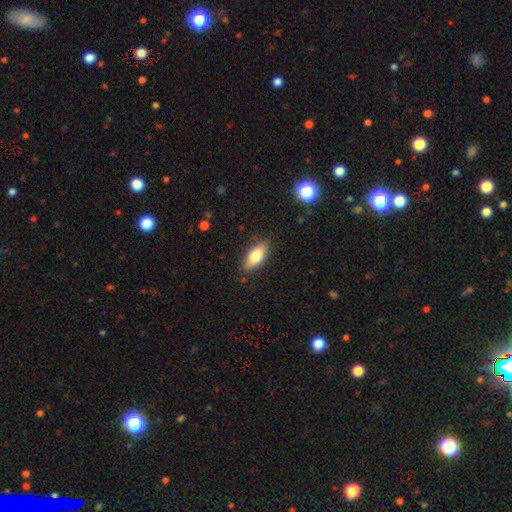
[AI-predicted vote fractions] Overall: smooth (77%). How rounded: in between (81%). Merging: none (86%).